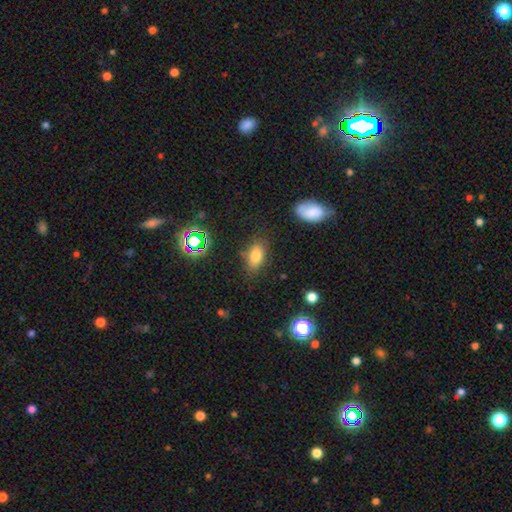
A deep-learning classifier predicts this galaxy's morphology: A smooth galaxy with no disk features (76%) that is in between round and cigar-shaped (87%). Merging: none (78%).